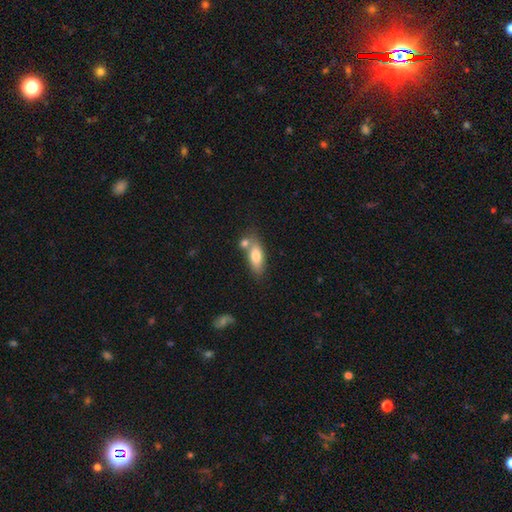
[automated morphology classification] Smooth or featured? Predicted: smooth (p=0.75). How rounded? Predicted: in between (p=0.73). Merging? Predicted: none (p=0.56).